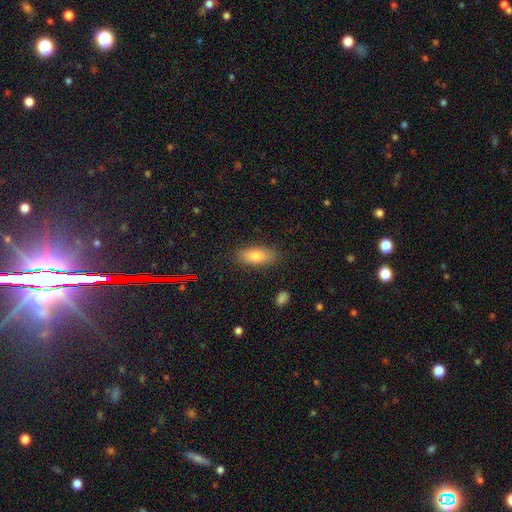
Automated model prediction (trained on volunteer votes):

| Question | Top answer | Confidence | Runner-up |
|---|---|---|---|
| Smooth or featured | smooth | 76% | featured or disk (14%) |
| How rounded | in between | 78% | cigar-shaped (19%) |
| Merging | none | 86% | minor disturbance (10%) |